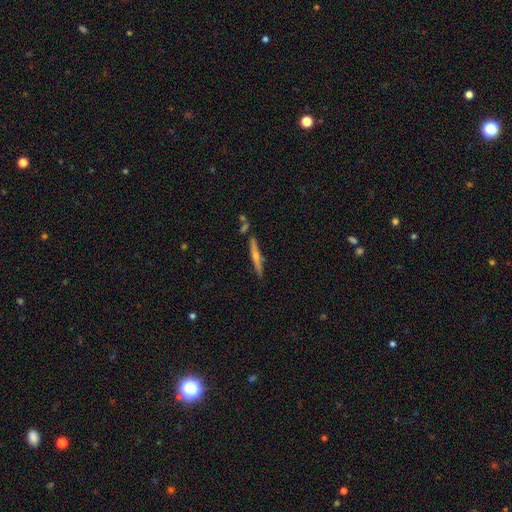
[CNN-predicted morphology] Overall: featured or disk (70%). Edge-on disk: yes (96%). Edge-on bulge: rounded (79%). Merging: none (81%).